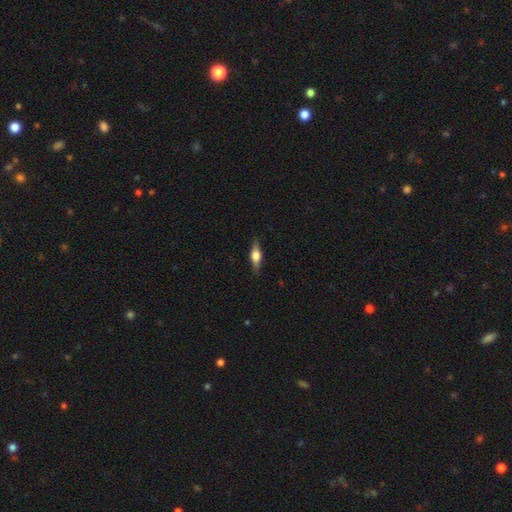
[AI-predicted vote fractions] A featured or disk galaxy (56%) viewed edge-on (94%) with a rounded central bulge (91%). Merging: none (86%).